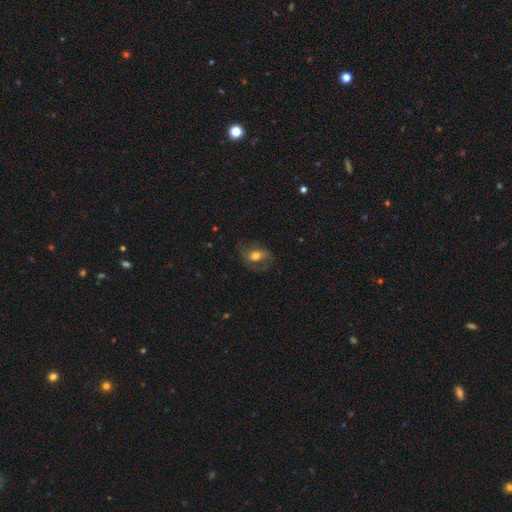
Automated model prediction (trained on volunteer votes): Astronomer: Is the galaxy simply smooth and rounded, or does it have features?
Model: featured or disk — 48% (runner-up: smooth, 43%).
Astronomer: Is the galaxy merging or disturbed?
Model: none — 60%.